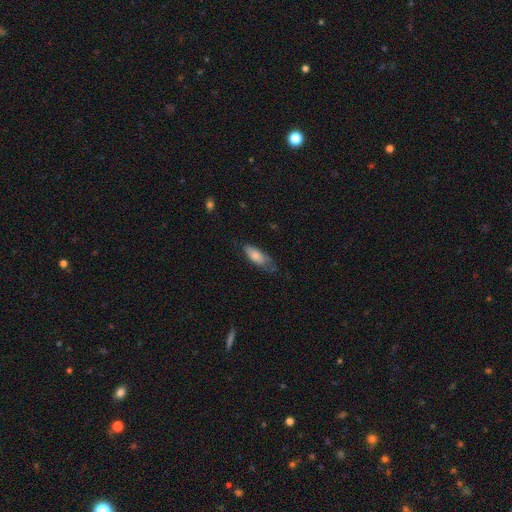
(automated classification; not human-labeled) Smooth or featured? Predicted: smooth (p=0.74). How rounded? Predicted: in between (p=0.72). Merging? Predicted: none (p=0.43).